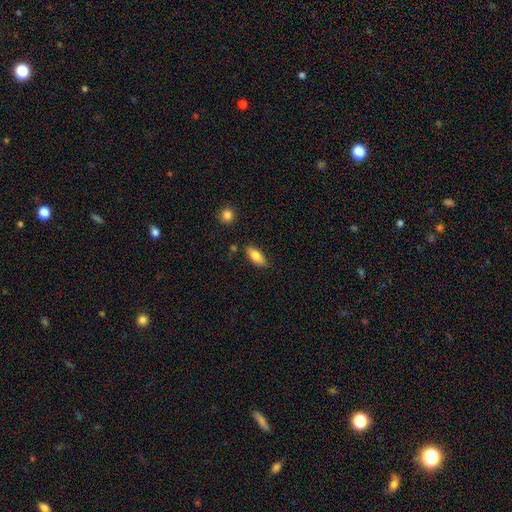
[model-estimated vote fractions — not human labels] Smooth or featured? smooth (79%)
How rounded? in between (83%)
Merging? none (81%)